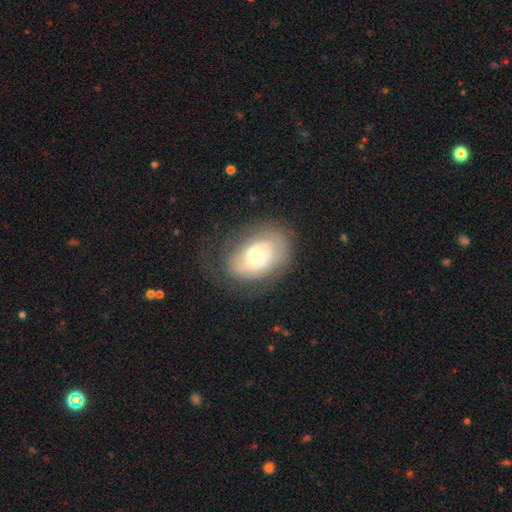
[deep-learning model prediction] Q: Smooth or featured?
A: featured or disk (54%); runner-up: smooth (39%)
Q: Edge-on disk?
A: no (95%); runner-up: yes (5%)
Q: Bar?
A: no (80%); runner-up: weak (16%)
Q: Spiral arms?
A: yes (60%); runner-up: no (40%)
Q: Bulge size?
A: moderate (43%); runner-up: small (39%)
Q: Merging?
A: none (62%); runner-up: minor disturbance (20%)